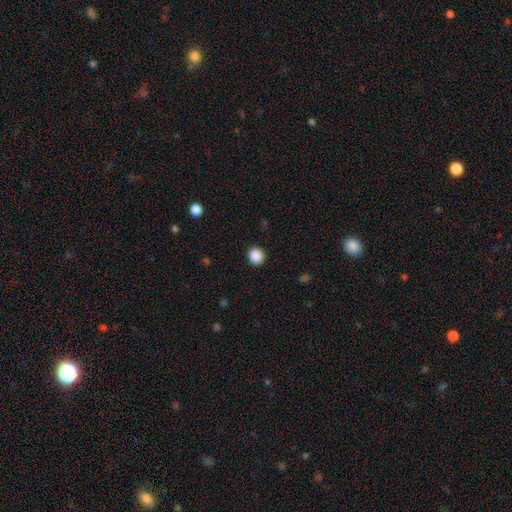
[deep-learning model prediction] Smooth or featured?
  - smooth: 88% *
  - star or artifact: 10%
  - featured or disk: 2%
How rounded?
  - round: 84% *
  - in between: 15%
  - cigar-shaped: 1%
Merging?
  - none: 91% *
  - minor disturbance: 6%
  - major disturbance: 2%
  - merger: 1%